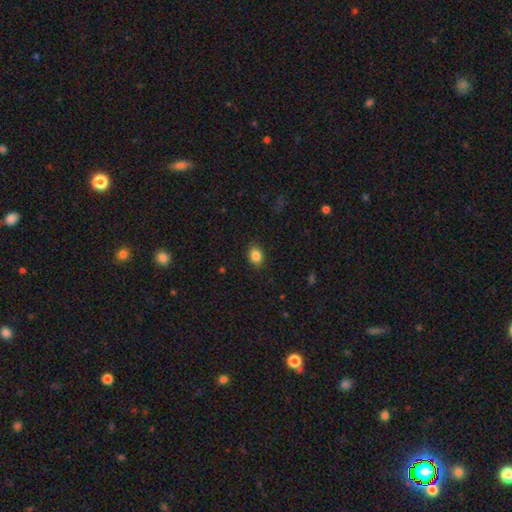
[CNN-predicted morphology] Smooth or featured: smooth — 86% (star or artifact — 9%)
How rounded: in between — 60% (round — 39%)
Merging: none — 88% (minor disturbance — 9%)